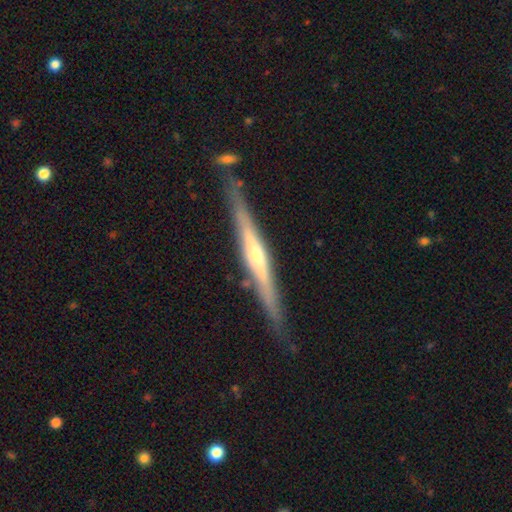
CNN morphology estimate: smooth-or-featured: featured or disk: 77% | smooth: 17% | star or artifact: 5%
  disk-edge-on: yes: 97% | no: 3%
    edge-on-bulge: rounded: 71% | none: 21% | boxy: 8%
  merging: none: 84% | minor disturbance: 11% | merger: 3% | major disturbance: 2%